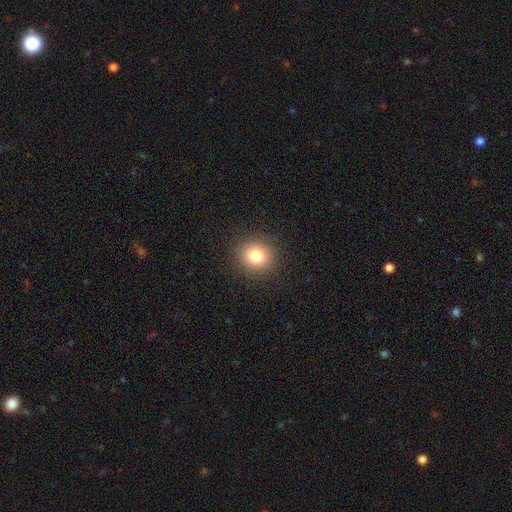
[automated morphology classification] Smooth or featured: smooth — 81% (star or artifact — 11%)
How rounded: round — 87% (in between — 12%)
Merging: none — 90% (minor disturbance — 7%)